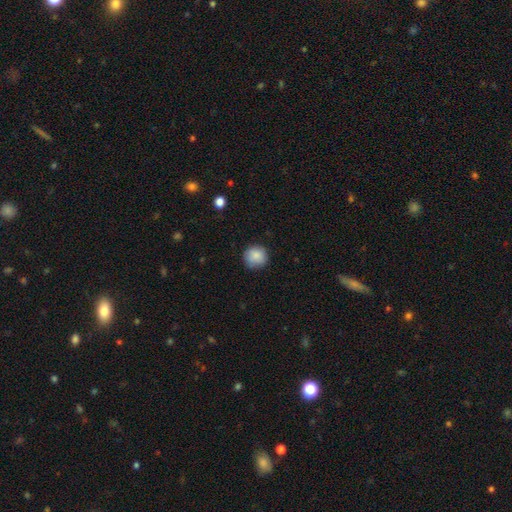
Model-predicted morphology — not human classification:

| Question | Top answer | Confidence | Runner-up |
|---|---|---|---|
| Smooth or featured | smooth | 87% | star or artifact (8%) |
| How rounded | round | 92% | in between (7%) |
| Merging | none | 84% | minor disturbance (13%) |